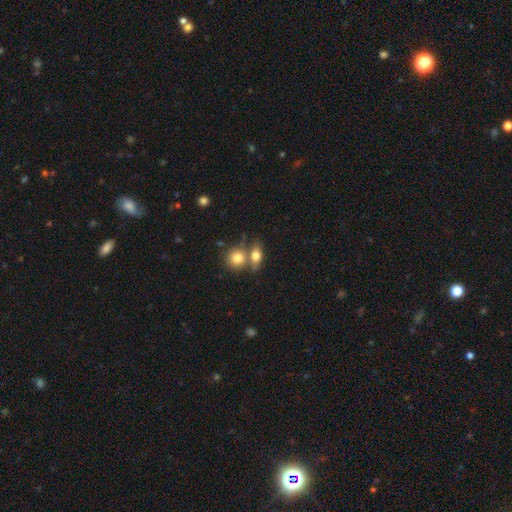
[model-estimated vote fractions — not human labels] This appears to be a smooth galaxy with no disk features (70%) that is in between round and cigar-shaped (62%). Merging: none (45%).